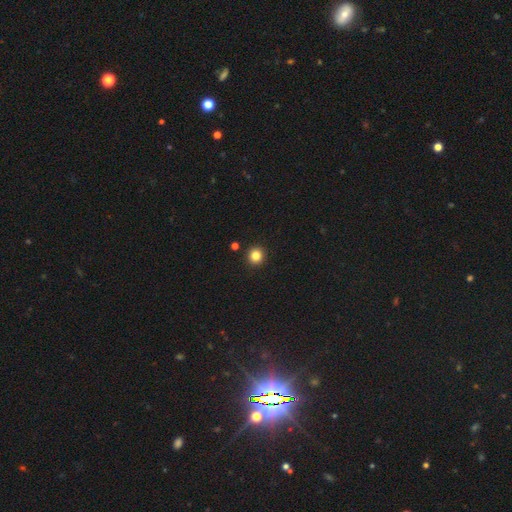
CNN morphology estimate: This is clearly a smooth galaxy (84%). How rounded: clearly round (93%). Merging: clearly none (93%).